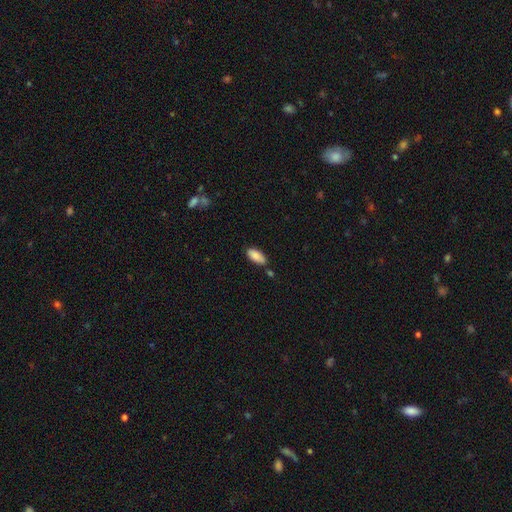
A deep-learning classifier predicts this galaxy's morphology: Smooth or featured? smooth (87%)
How rounded? in between (88%)
Merging? none (73%)